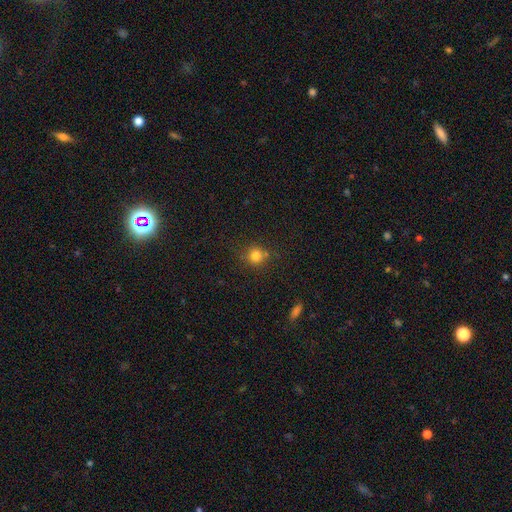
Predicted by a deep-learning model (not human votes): Overall: smooth (79%). How rounded: round (90%). Merging: none (76%).